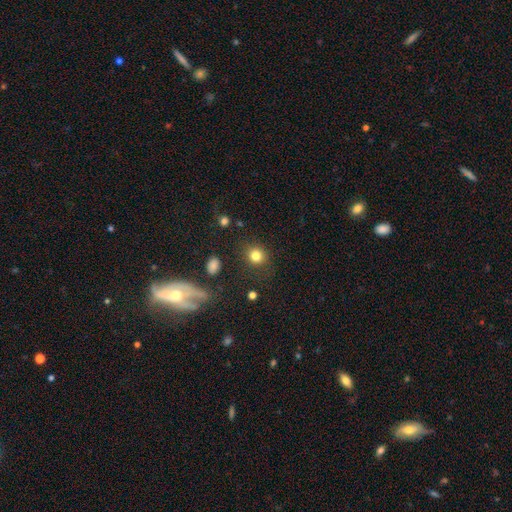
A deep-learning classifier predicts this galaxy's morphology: A smooth galaxy with no disk features (82%) that is round (84%). Merging: none (85%).